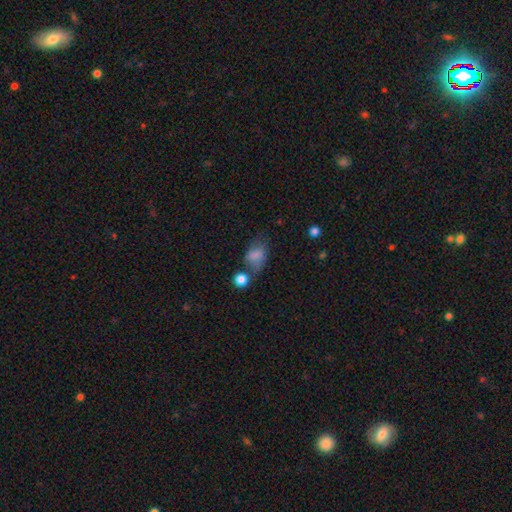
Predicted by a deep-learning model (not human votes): Smooth or featured: smooth — 75% (featured or disk — 13%)
How rounded: in between — 77% (round — 21%)
Merging: none — 39% (minor disturbance — 28%)